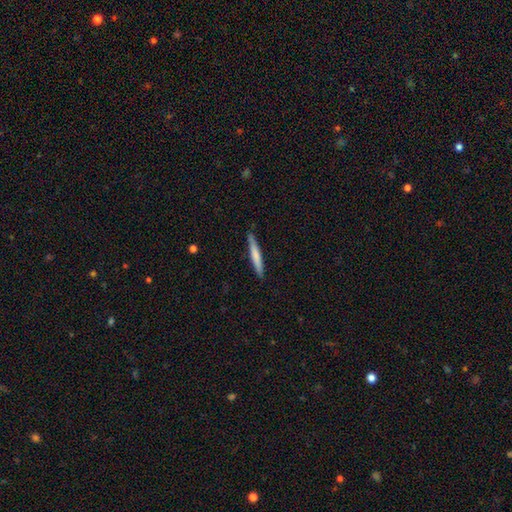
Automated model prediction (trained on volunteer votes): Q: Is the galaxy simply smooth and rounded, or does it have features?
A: smooth — 67%.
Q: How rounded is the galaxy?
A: cigar-shaped — 96%.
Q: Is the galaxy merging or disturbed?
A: none — 88%.